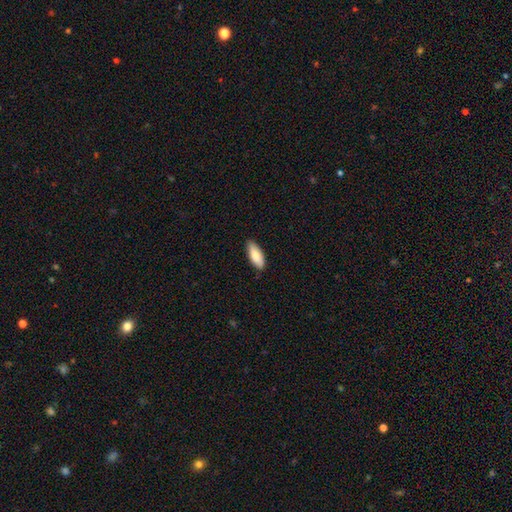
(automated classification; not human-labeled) smooth_or_featured: smooth (p=0.84) [alt: featured or disk p=0.10]
how_rounded: in between (p=0.73) [alt: cigar-shaped p=0.25]
merging: none (p=0.86) [alt: minor disturbance p=0.11]